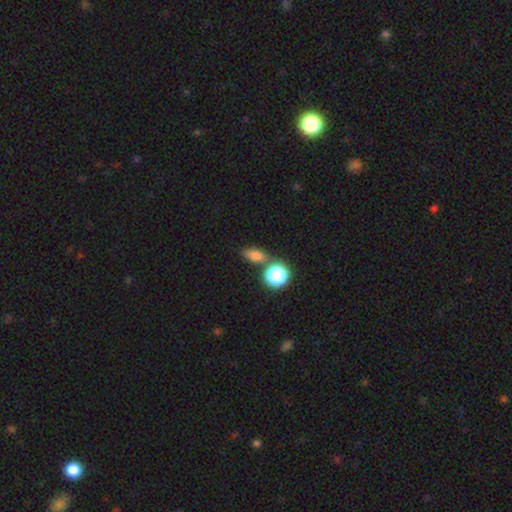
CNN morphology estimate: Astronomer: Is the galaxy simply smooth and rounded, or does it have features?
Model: smooth — 72%.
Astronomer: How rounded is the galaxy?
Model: in between — 63%.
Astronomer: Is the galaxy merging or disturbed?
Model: none — 65%.